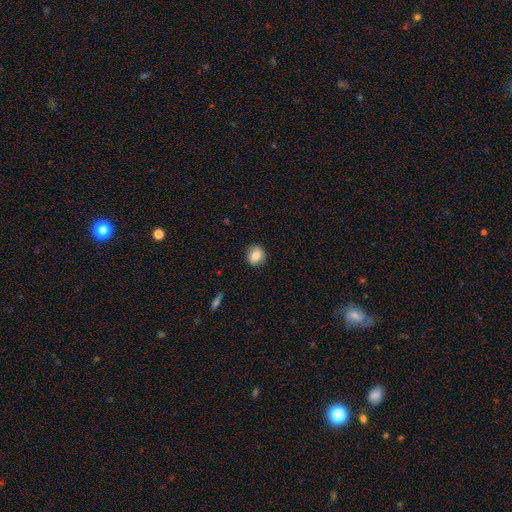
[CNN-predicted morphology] Smooth or featured?
  - smooth: 82% *
  - featured or disk: 10%
  - star or artifact: 9%
How rounded?
  - round: 78% *
  - in between: 21%
  - cigar-shaped: 1%
Merging?
  - none: 88% *
  - minor disturbance: 9%
  - major disturbance: 2%
  - merger: 1%